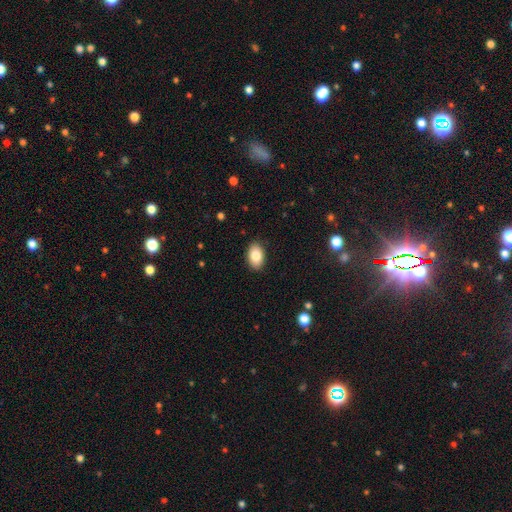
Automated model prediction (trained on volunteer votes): This appears to be a smooth galaxy with no disk features (84%) that is in between round and cigar-shaped (91%). Merging: none (89%).